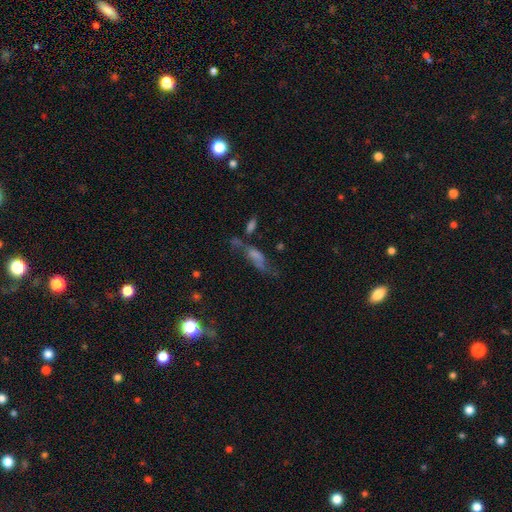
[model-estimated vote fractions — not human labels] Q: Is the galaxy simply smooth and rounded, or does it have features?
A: featured or disk — 39%.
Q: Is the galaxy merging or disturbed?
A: none — 39%.